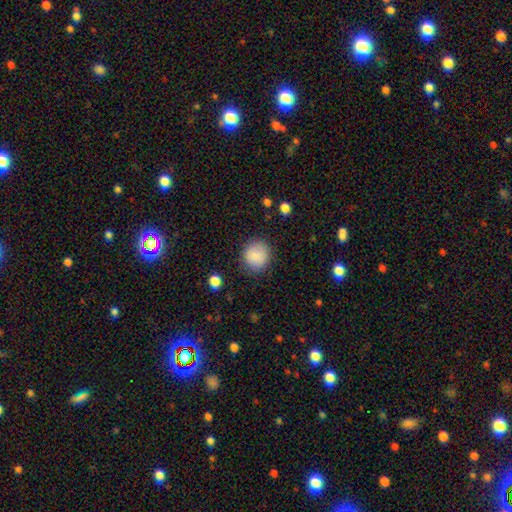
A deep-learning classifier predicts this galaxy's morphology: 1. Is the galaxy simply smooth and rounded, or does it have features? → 86% smooth, 8% star or artifact, 6% featured or disk.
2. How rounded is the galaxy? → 84% round, 16% in between, 1% cigar-shaped.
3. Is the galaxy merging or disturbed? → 82% none, 13% minor disturbance, 4% major disturbance, 1% merger.